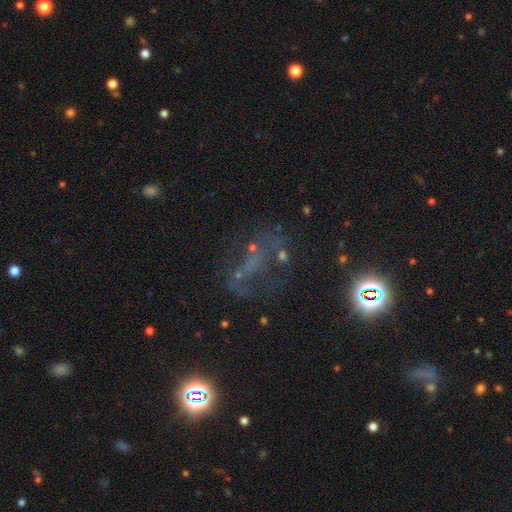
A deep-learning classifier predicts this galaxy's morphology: This appears to be a featured or disk galaxy (43%). Merging: none (45%).